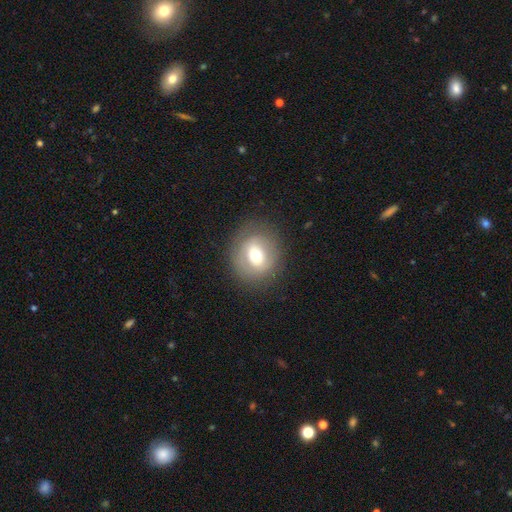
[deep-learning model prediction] A smooth galaxy with no disk features (54%) that is round (77%). Merging: none (81%).